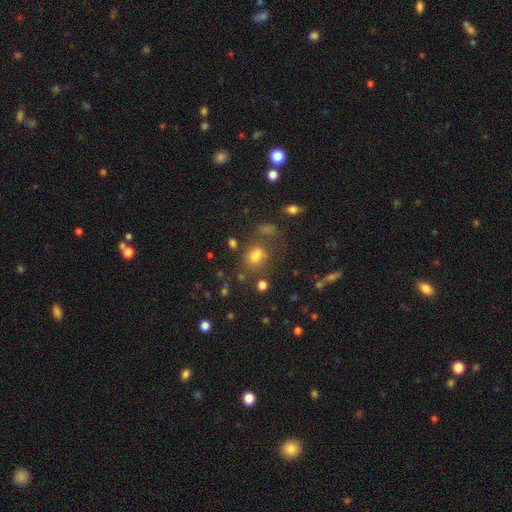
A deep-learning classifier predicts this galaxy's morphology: Overall: smooth (68%). How rounded: round (56%; in between 43%). Merging: none (66%).